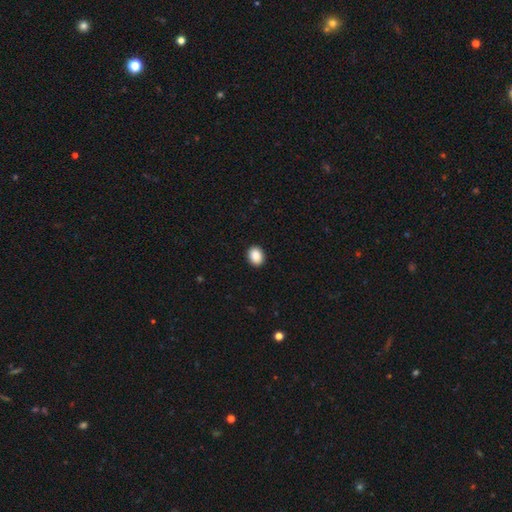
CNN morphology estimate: A smooth galaxy with no disk features (89%) that is in between round and cigar-shaped (56%). Merging: none (92%).